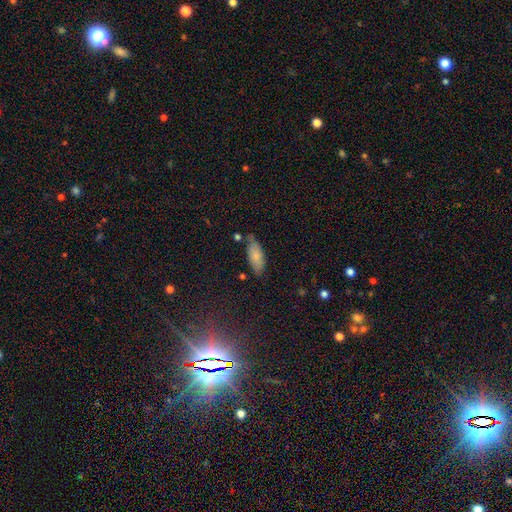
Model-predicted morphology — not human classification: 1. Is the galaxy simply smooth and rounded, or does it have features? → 78% smooth, 15% featured or disk, 7% star or artifact.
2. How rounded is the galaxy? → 77% in between, 21% cigar-shaped, 2% round.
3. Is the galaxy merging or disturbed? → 64% none, 25% minor disturbance, 7% merger, 5% major disturbance.